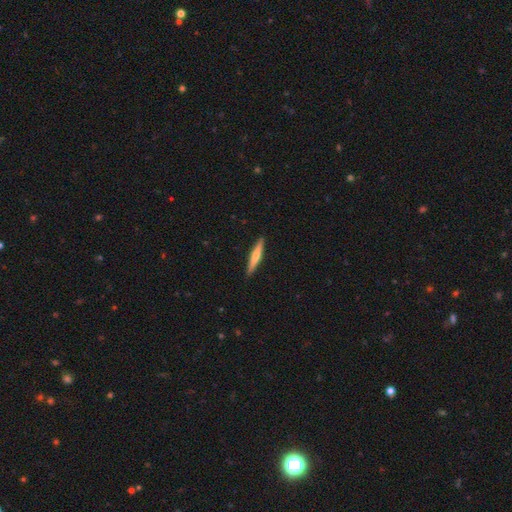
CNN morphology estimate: type=featured or disk (49%); merging=none (91%).